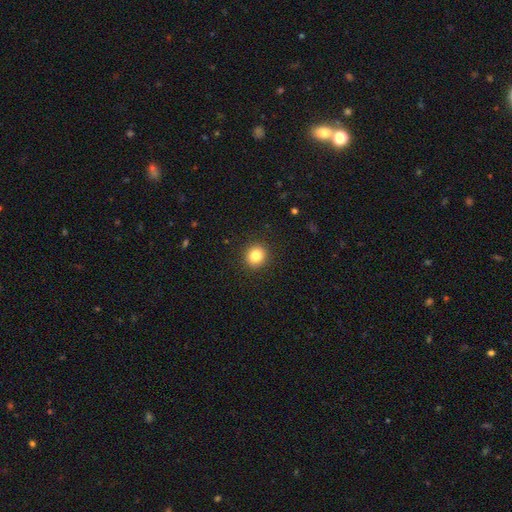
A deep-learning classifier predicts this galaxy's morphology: A smooth galaxy with no disk features (82%) that is round (89%).

Vote fractions:
- Smooth or featured? smooth: 82% / star or artifact: 11% / featured or disk: 7%
- How rounded? round: 89% / in between: 10% / cigar-shaped: 1%
- Merging? none: 92% / minor disturbance: 5% / major disturbance: 2% / merger: 1%